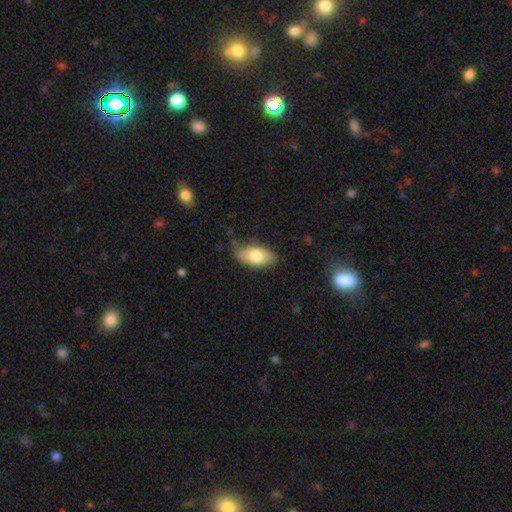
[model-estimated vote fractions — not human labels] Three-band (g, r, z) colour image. It shows a smooth galaxy with no disk features (78%) that is in between round and cigar-shaped (92%). Merging: none (79%).